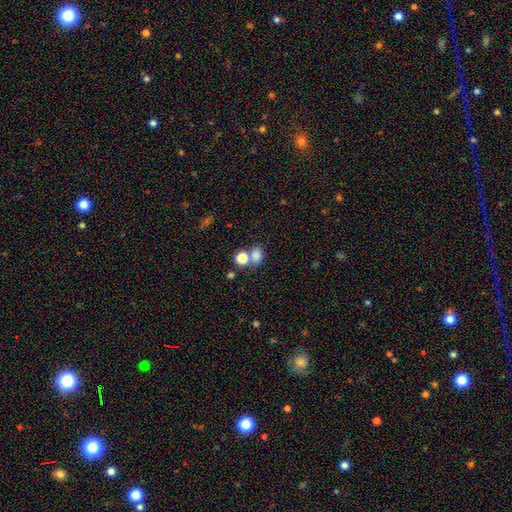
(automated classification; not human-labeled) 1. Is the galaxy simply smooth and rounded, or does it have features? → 78% smooth, 14% star or artifact, 8% featured or disk.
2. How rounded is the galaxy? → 53% in between, 46% round, 1% cigar-shaped.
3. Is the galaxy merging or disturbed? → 49% none, 36% merger, 11% minor disturbance, 5% major disturbance.